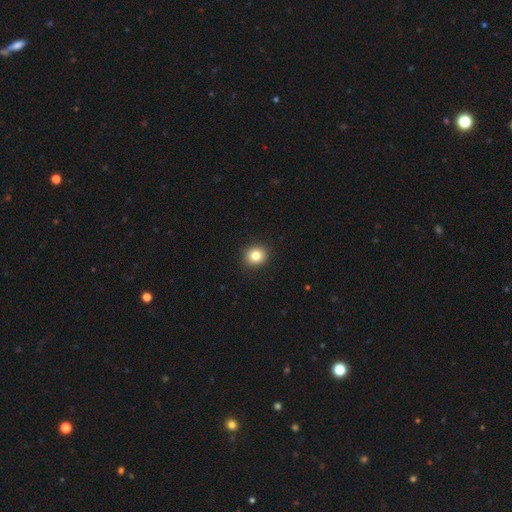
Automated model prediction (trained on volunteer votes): Q: Smooth or featured?
A: smooth (83%); runner-up: star or artifact (11%)
Q: How rounded?
A: round (83%); runner-up: in between (16%)
Q: Merging?
A: none (92%); runner-up: minor disturbance (6%)